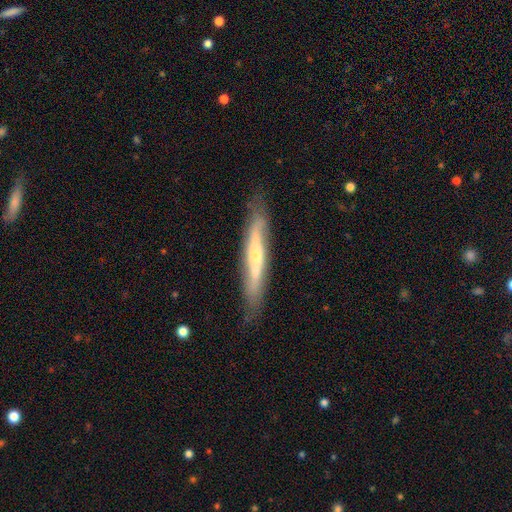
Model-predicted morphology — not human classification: A featured or disk galaxy (66%) viewed edge-on (74%). Merging: none (78%).